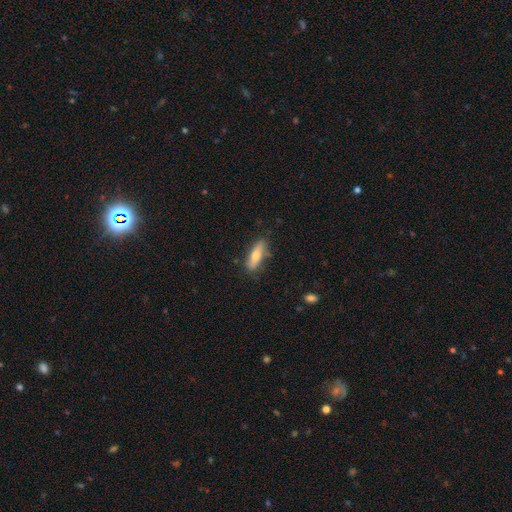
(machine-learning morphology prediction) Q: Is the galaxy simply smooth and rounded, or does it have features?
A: smooth — 62%.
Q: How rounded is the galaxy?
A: cigar-shaped — 52%.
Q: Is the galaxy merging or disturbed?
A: none — 80%.